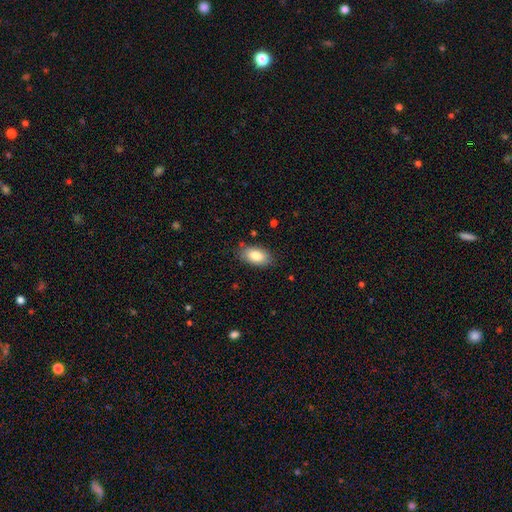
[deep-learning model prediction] smooth_or_featured: smooth (p=0.83) [alt: featured or disk p=0.10]
how_rounded: in between (p=0.93) [alt: round p=0.05]
merging: none (p=0.83) [alt: minor disturbance p=0.13]